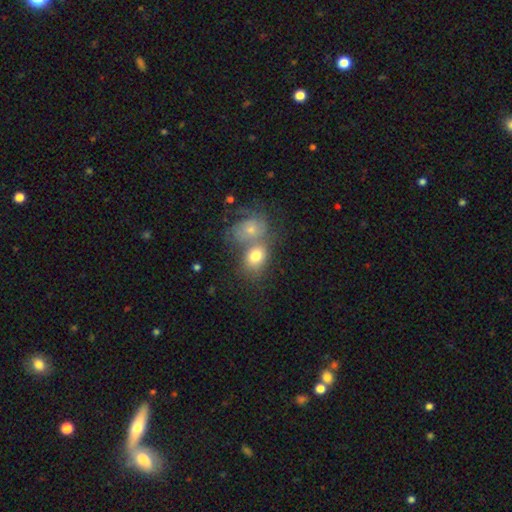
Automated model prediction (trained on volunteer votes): Morphology: type=smooth (64%); roundness=in between (62%); merging=merger (56%).